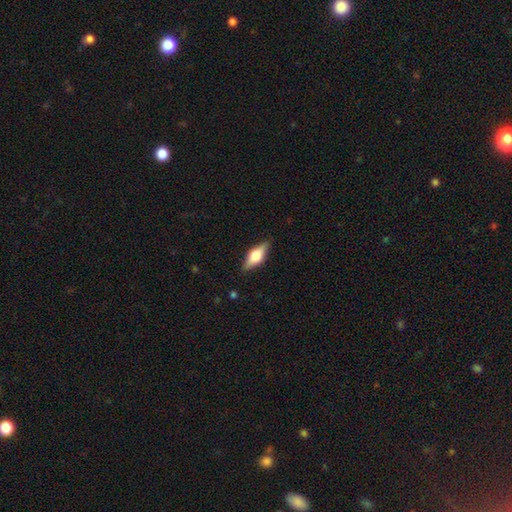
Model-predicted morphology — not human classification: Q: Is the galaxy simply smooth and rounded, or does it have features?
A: featured or disk — 54%.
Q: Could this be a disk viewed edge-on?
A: yes — 93%.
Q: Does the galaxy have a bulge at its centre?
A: rounded — 90%.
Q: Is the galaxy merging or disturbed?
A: none — 86%.